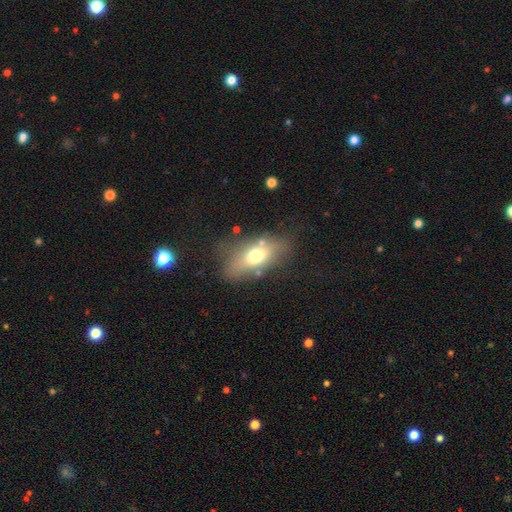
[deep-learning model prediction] Smooth or featured? Predicted: smooth (p=0.64). How rounded? Predicted: in between (p=0.82). Merging? Predicted: none (p=0.66).